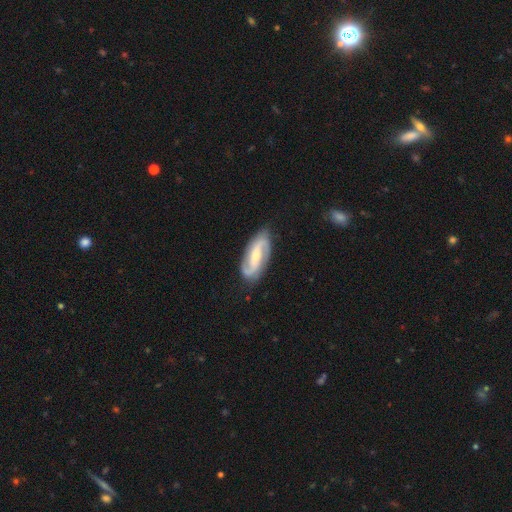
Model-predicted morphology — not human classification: Q: Smooth or featured?
A: featured or disk (86%); runner-up: smooth (10%)
Q: Edge-on disk?
A: no (95%); runner-up: yes (5%)
Q: Bar?
A: weak (40%); runner-up: no (33%)
Q: Spiral arms?
A: yes (97%); runner-up: no (3%)
Q: Spiral winding?
A: medium (49%); runner-up: tight (28%)
Q: Spiral arm count?
A: 2 (90%); runner-up: can't tell (4%)
Q: Bulge size?
A: moderate (50%); runner-up: small (44%)
Q: Merging?
A: none (82%); runner-up: minor disturbance (13%)